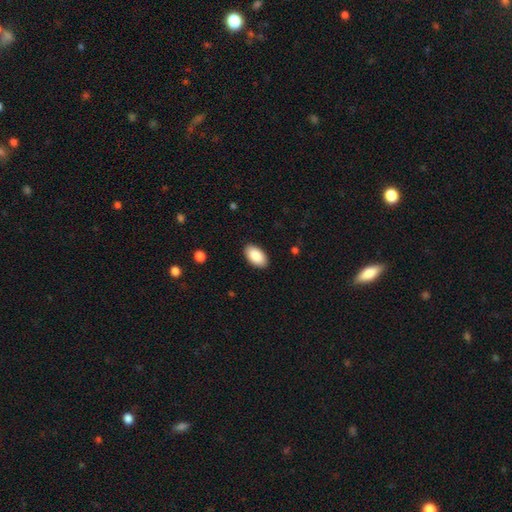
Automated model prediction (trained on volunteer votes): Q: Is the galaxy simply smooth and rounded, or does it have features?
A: smooth — 90%.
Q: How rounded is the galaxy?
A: in between — 96%.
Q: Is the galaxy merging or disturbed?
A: none — 89%.